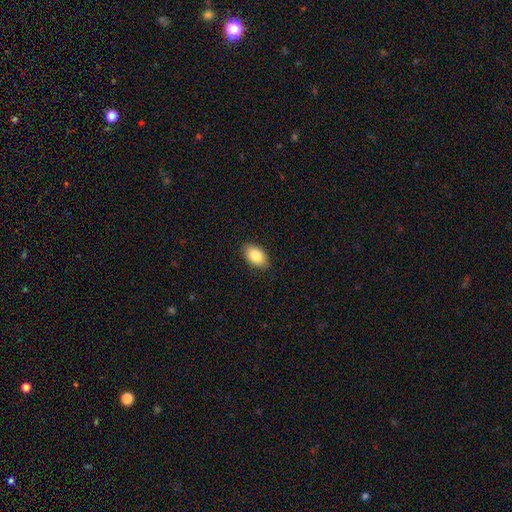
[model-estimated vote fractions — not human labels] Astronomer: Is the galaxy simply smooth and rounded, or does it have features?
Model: smooth — 85%.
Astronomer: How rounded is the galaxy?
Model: in between — 92%.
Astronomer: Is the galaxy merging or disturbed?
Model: none — 88%.